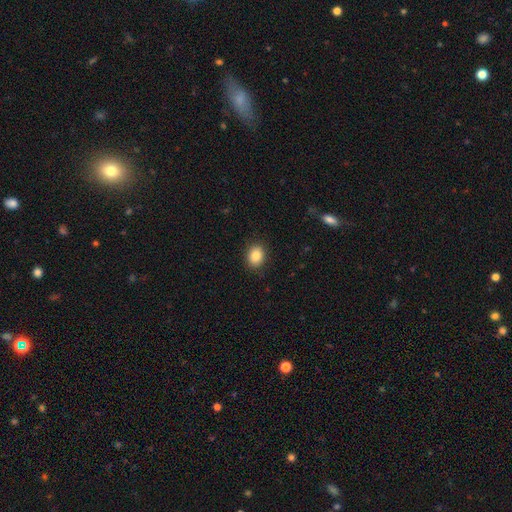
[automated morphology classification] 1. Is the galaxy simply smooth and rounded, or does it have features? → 86% smooth, 9% star or artifact, 5% featured or disk.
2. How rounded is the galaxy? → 56% in between, 43% round, 1% cigar-shaped.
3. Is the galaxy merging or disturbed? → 88% none, 9% minor disturbance, 2% major disturbance, 1% merger.